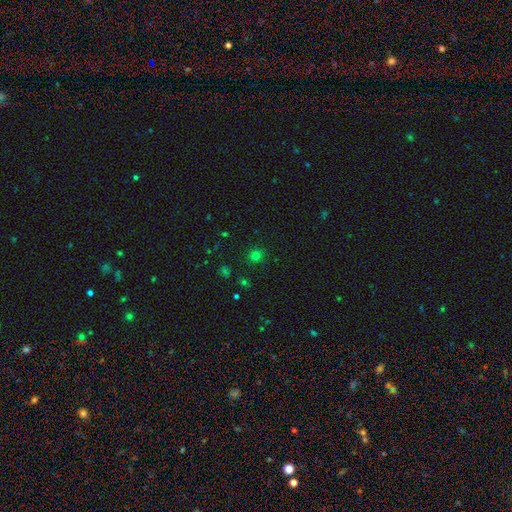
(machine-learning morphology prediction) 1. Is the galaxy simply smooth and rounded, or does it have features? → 73% smooth, 22% star or artifact, 5% featured or disk.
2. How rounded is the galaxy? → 92% round, 7% in between, 1% cigar-shaped.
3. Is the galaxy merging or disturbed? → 89% none, 7% minor disturbance, 3% major disturbance, 2% merger.